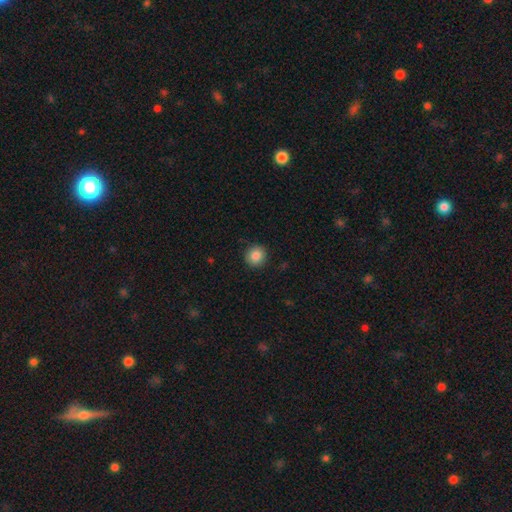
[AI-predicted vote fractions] The model was most divided on "smooth or featured": smooth: 87%, star or artifact: 9%, featured or disk: 4%. More confident: how rounded — round (93%); merging — none (91%).